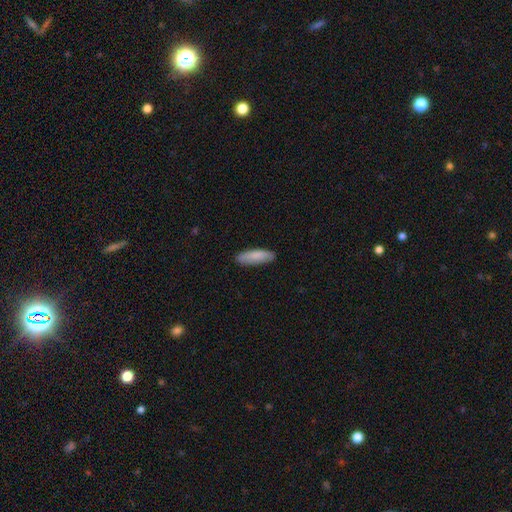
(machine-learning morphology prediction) This appears to be a smooth galaxy with no disk features (85%) that is in between round and cigar-shaped (51%). Merging: none (86%).